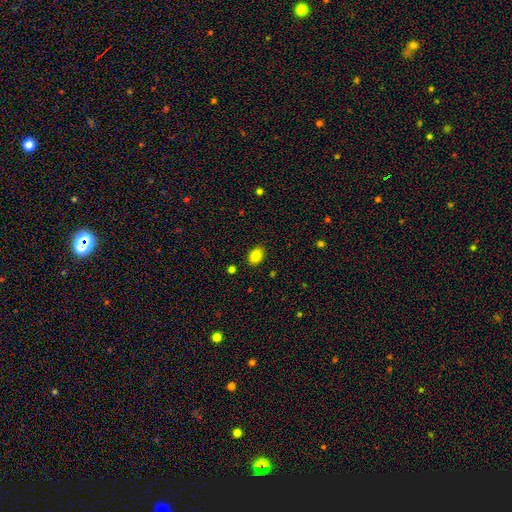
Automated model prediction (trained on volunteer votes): Morphology: type=smooth (87%); roundness=in between (82%); merging=none (87%).